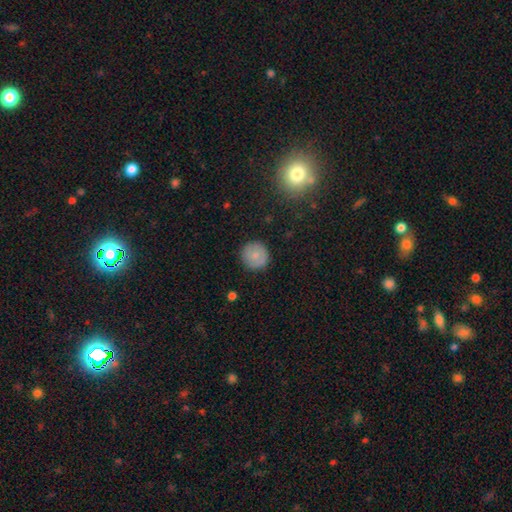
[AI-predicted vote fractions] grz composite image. It shows a smooth galaxy with no disk features (77%) that is round (93%). Merging: none (87%).